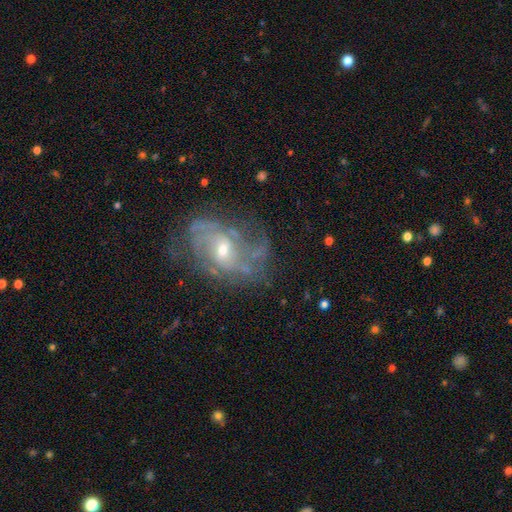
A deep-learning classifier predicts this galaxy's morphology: smooth_or_featured: featured or disk (p=0.81) [alt: smooth p=0.10]
disk_edge_on: no (p=0.97) [alt: yes p=0.03]
bar: no (p=0.49) [alt: weak p=0.42]
has_spiral_arms: yes (p=0.88) [alt: no p=0.12]
spiral_winding: medium (p=0.43) [alt: loose p=0.29]
spiral_arm_count: 2 (p=0.45) [alt: can't tell p=0.29]
bulge_size: small (p=0.55) [alt: moderate p=0.40]
merging: none (p=0.58) [alt: minor disturbance p=0.22]